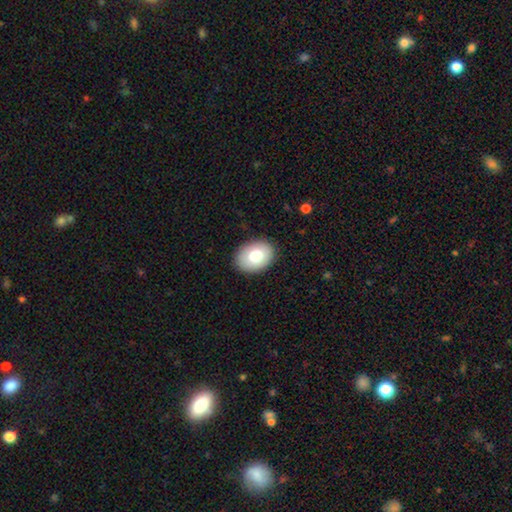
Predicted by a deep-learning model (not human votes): Smooth or featured? Predicted: smooth (p=0.78). How rounded? Predicted: in between (p=0.75). Merging? Predicted: none (p=0.89).